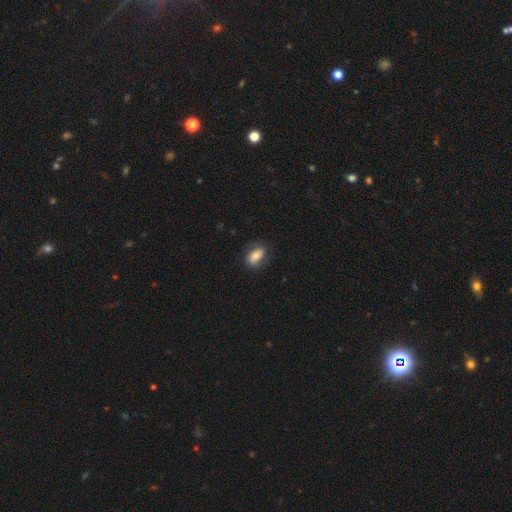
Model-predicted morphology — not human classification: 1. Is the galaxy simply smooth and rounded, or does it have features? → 77% smooth, 15% featured or disk, 7% star or artifact.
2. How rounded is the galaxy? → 88% in between, 9% round, 3% cigar-shaped.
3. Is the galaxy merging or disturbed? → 74% none, 19% minor disturbance, 6% major disturbance, 1% merger.